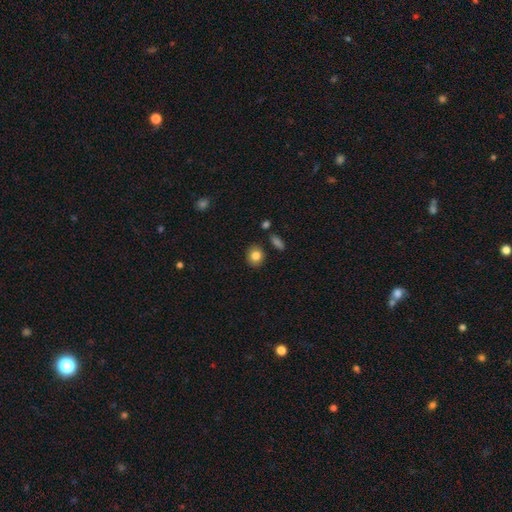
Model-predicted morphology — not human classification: smooth_or_featured: smooth (p=0.83) [alt: star or artifact p=0.09]
how_rounded: round (p=0.61) [alt: in between p=0.38]
merging: none (p=0.86) [alt: minor disturbance p=0.09]